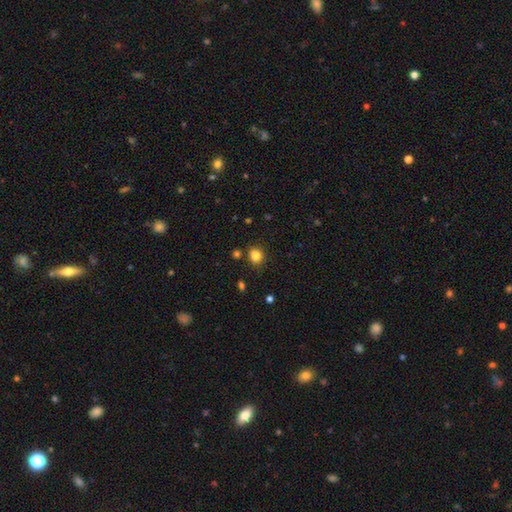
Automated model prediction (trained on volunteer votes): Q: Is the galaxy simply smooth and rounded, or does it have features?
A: smooth — 82%.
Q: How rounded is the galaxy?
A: round — 76%.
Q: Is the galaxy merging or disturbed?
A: none — 77%.